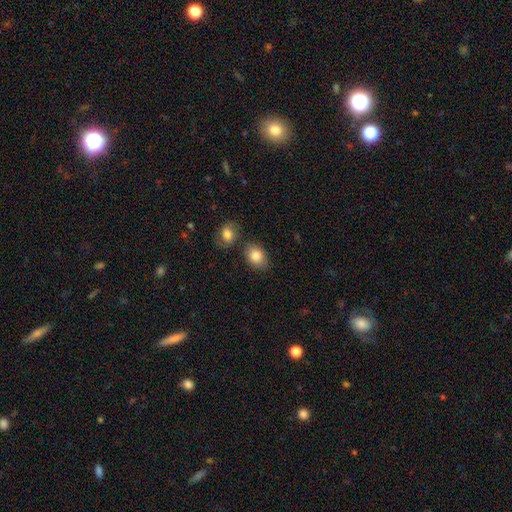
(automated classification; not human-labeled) Morphology: type=smooth (85%); roundness=in between (66%); merging=none (73%).